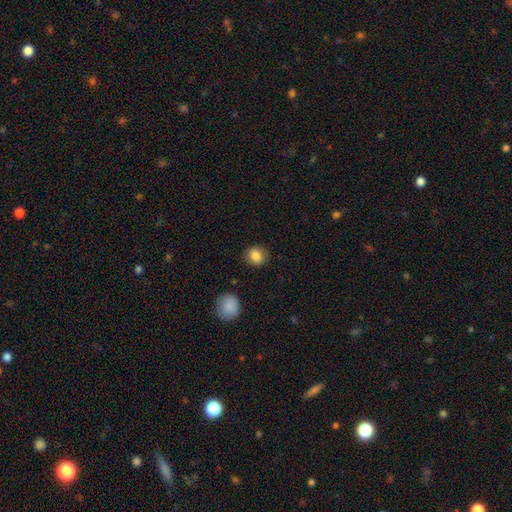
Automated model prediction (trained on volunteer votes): This is clearly a smooth galaxy (86%). How rounded: likely round (74%). Merging: clearly none (85%).